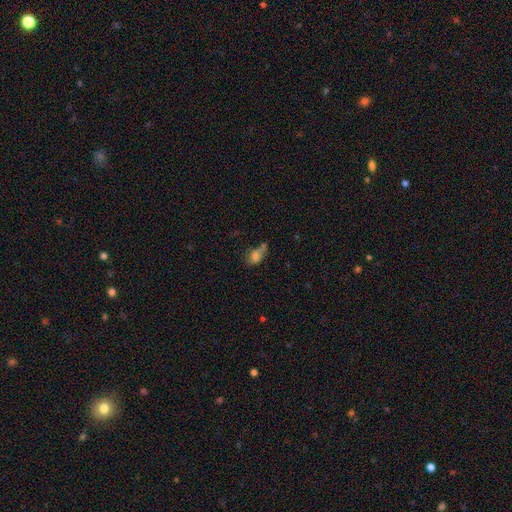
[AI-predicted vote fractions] This appears to be a smooth galaxy with no disk features (67%) that is in between round and cigar-shaped (74%). Merging: none (33%).